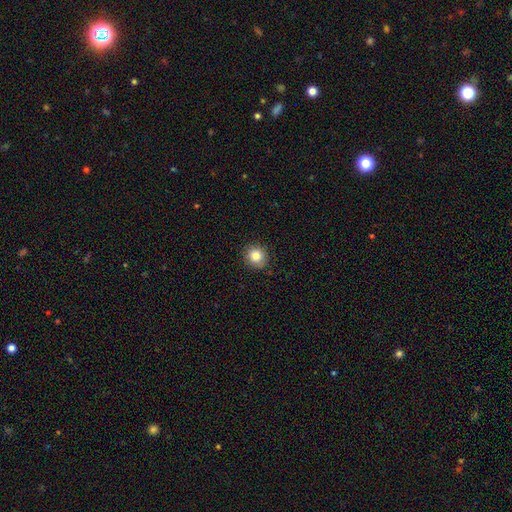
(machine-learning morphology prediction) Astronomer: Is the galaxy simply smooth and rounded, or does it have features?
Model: smooth — 83%.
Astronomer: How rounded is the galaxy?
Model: round — 89%.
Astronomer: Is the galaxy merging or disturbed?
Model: none — 87%.